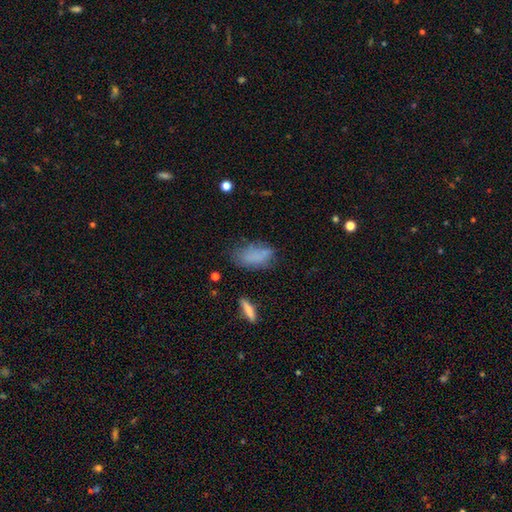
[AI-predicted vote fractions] This is likely a smooth galaxy (73%). How rounded: clearly in between (87%). Merging: possibly none (54%).